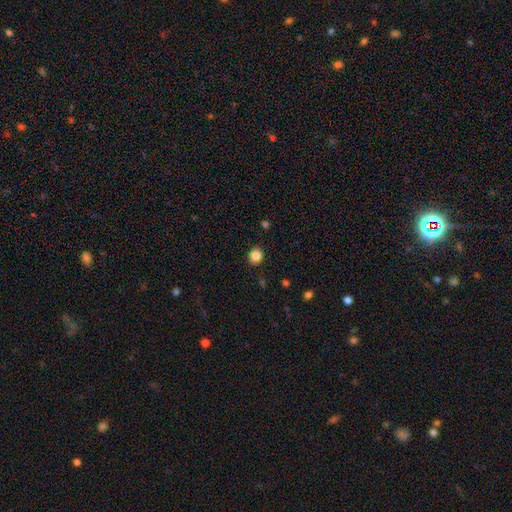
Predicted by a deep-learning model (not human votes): Overall: smooth (84%). How rounded: round (85%). Merging: none (91%).